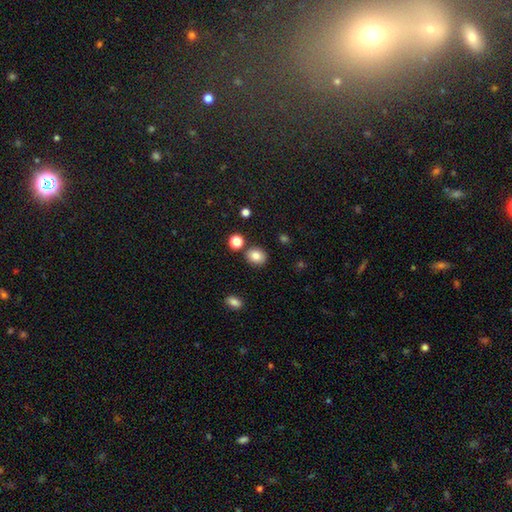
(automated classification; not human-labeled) Smooth or featured? smooth (82%)
How rounded? round (66%)
Merging? none (83%)